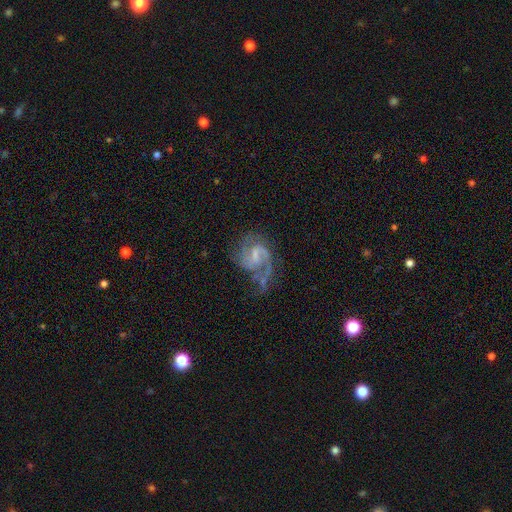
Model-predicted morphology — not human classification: smooth-or-featured: featured or disk: 85% | smooth: 8% | star or artifact: 6%
  disk-edge-on: no: 98% | yes: 2%
    bar: weak: 59% | no: 25% | strong: 15%
    has-spiral-arms: yes: 94% | no: 6%
      spiral-winding: medium: 52% | loose: 27% | tight: 20%
      spiral-arm-count: 2: 65% | 1: 16% | can't tell: 8% | 3: 7% | 4: 2% | more than 4: 2%
    bulge-size: small: 46% | none: 28% | moderate: 22% | large: 2% | dominant: 1%
  merging: none: 41% | major disturbance: 31% | minor disturbance: 21% | merger: 7%